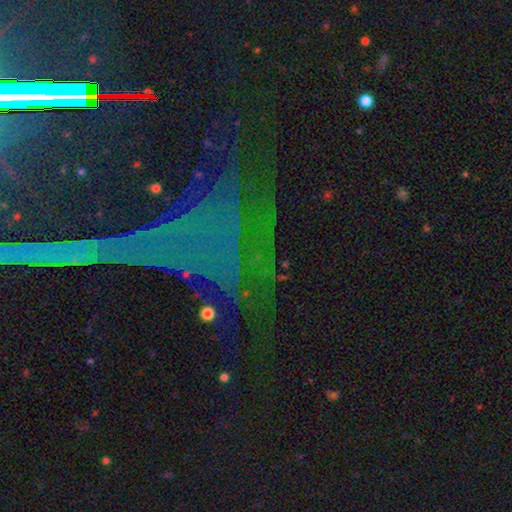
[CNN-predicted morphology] Q: Smooth or featured?
A: star or artifact (76%); runner-up: featured or disk (14%)